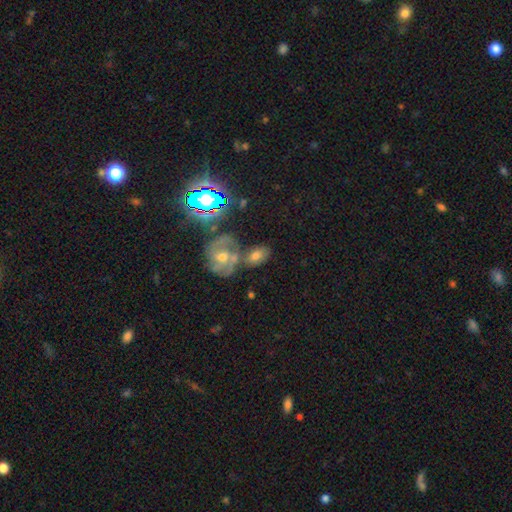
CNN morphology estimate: Smooth or featured: smooth — 54% (featured or disk — 32%)
How rounded: in between — 83% (round — 15%)
Merging: none — 47% (merger — 32%)